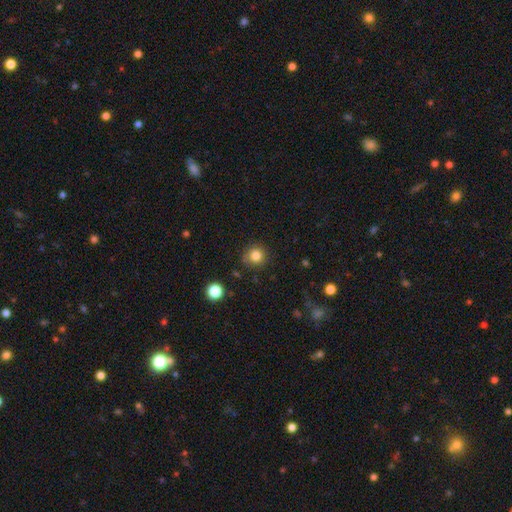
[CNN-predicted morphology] The model was most divided on "smooth or featured": smooth: 82%, star or artifact: 12%, featured or disk: 6%. More confident: how rounded — round (92%); merging — none (83%).